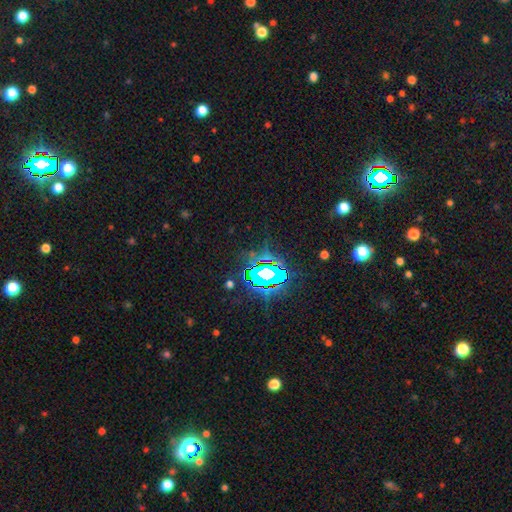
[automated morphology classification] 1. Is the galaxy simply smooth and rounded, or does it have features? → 83% star or artifact, 10% smooth, 7% featured or disk.